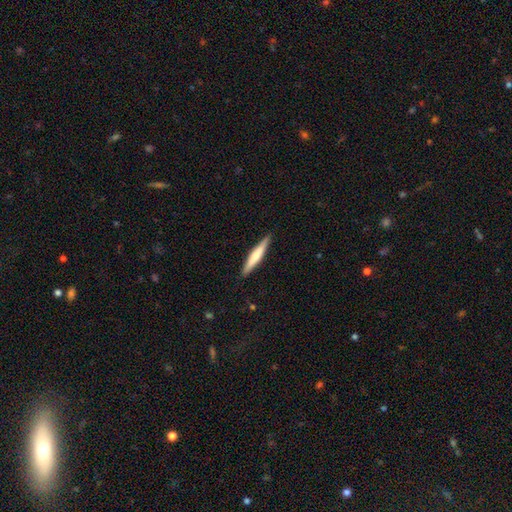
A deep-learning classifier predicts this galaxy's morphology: This is possibly a smooth galaxy (52%). How rounded: clearly cigar-shaped (93%). Merging: clearly none (90%).